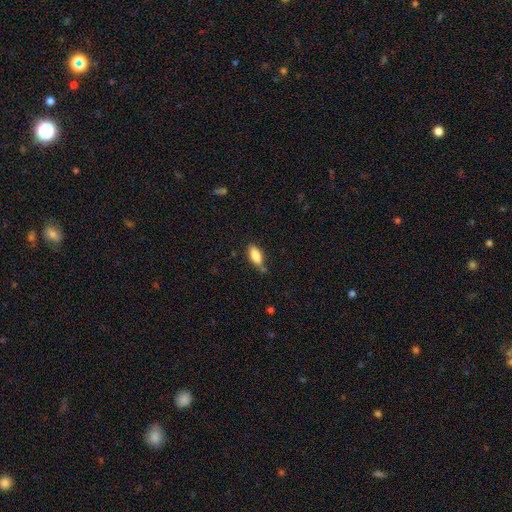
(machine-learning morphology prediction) type=smooth (82%); roundness=in between (81%); merging=none (57%).